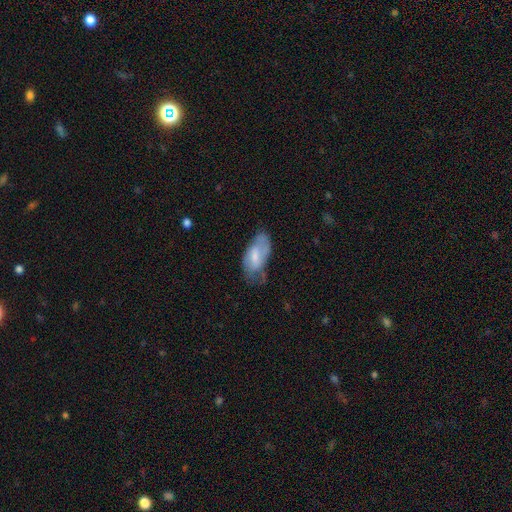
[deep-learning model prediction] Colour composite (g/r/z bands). It shows a smooth galaxy with no disk features (52%) that is in between round and cigar-shaped (91%). Merging: none (46%).